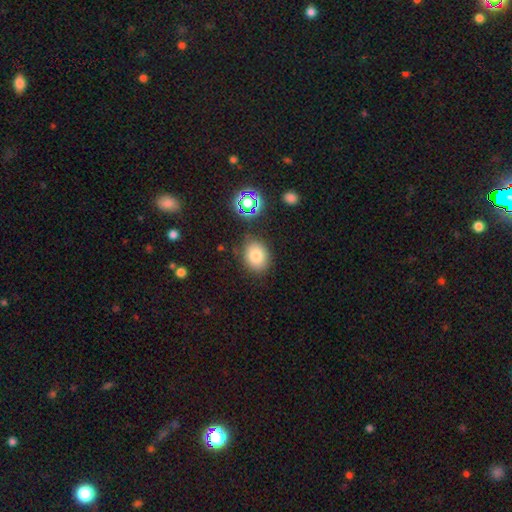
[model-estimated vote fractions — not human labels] smooth 78%, star or artifact 13%, featured or disk 9%. Down the decision tree: how rounded — in between (52%); merging — none (80%).